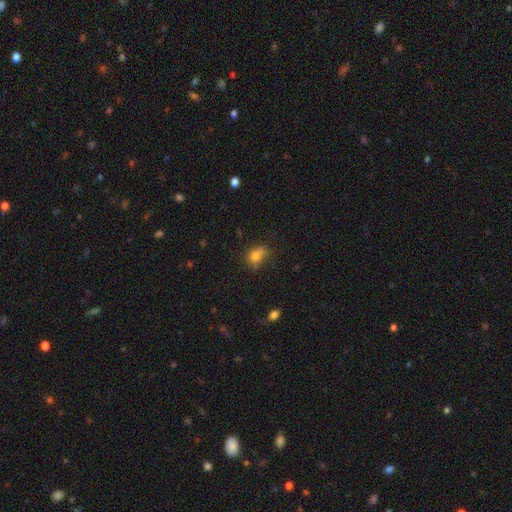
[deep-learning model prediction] A smooth galaxy with no disk features (73%) that is in between round and cigar-shaped (57%). Merging: none (44%).